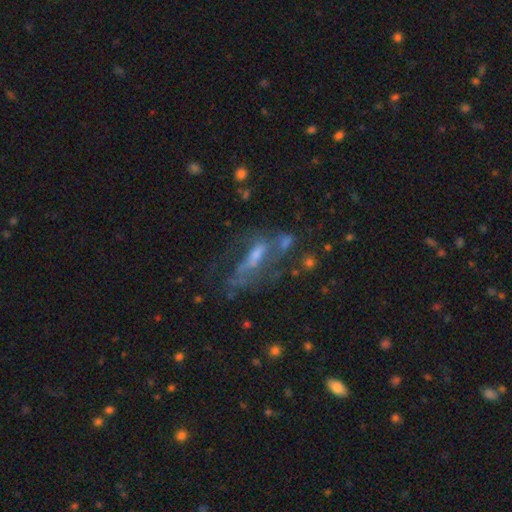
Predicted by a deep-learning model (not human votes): A featured or disk galaxy (58%).

Vote fractions:
- Smooth or featured? featured or disk: 58% / smooth: 28% / star or artifact: 14%
- Edge-on disk? no: 73% / yes: 27%
- Merging? none: 39% / major disturbance: 31% / minor disturbance: 20% / merger: 10%